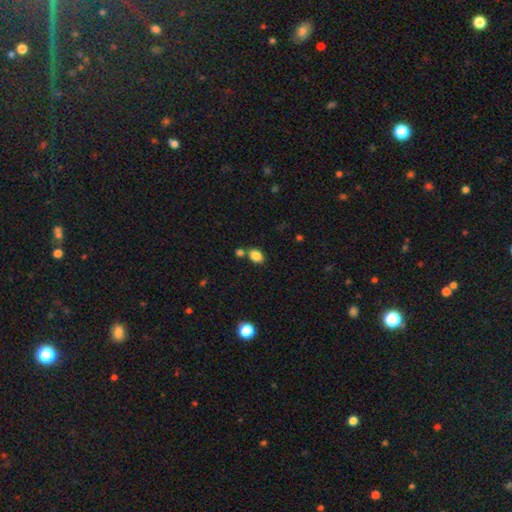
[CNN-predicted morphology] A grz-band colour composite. It shows a smooth galaxy with no disk features (85%) that is in between round and cigar-shaped (75%). Merging: none (68%).